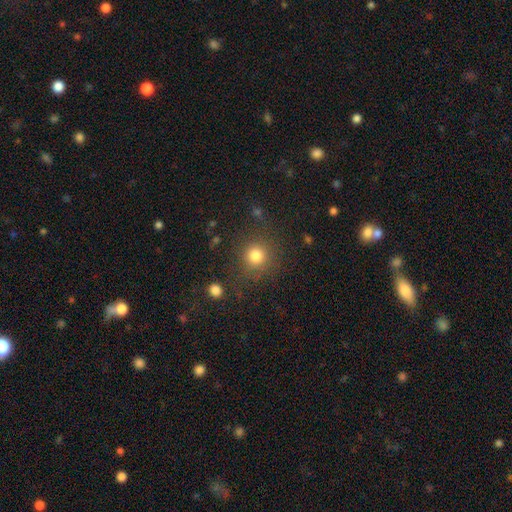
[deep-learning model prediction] smooth_or_featured: smooth (p=0.80) [alt: star or artifact p=0.13]
how_rounded: round (p=0.92) [alt: in between p=0.07]
merging: none (p=0.82) [alt: minor disturbance p=0.09]